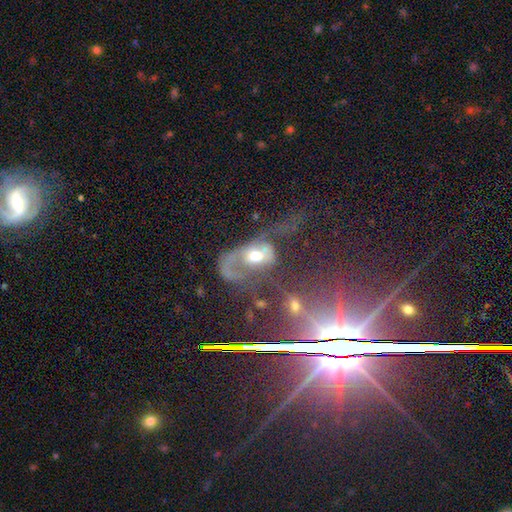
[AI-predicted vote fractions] smooth-or-featured: featured or disk: 58% | smooth: 30% | star or artifact: 12%
  disk-edge-on: no: 94% | yes: 6%
    bar: no: 75% | weak: 19% | strong: 7%
    has-spiral-arms: yes: 53% | no: 47%
    bulge-size: moderate: 67% | large: 15% | small: 14% | dominant: 2% | none: 2%
  merging: major disturbance: 55% | merger: 20% | none: 14% | minor disturbance: 11%